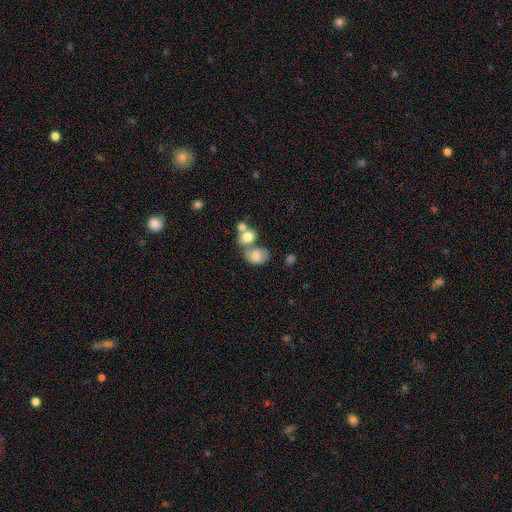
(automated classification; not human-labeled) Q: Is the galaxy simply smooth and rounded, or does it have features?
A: smooth — 71%.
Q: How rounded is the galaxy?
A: in between — 66%.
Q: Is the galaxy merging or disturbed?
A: merger — 53%.